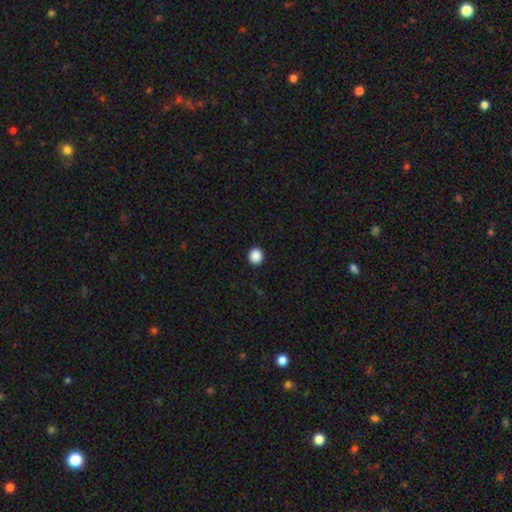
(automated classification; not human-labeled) The model was most divided on "how rounded": round: 88%, in between: 11%, cigar-shaped: 1%. More confident: merging — none (93%); smooth or featured — smooth (89%).